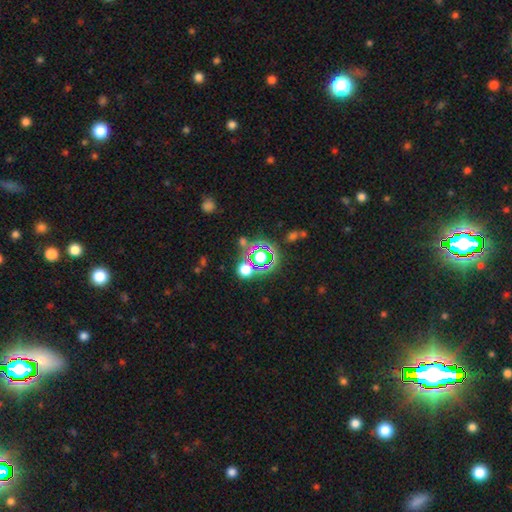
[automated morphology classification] This is likely a star or artifact rather than a galaxy (75%).